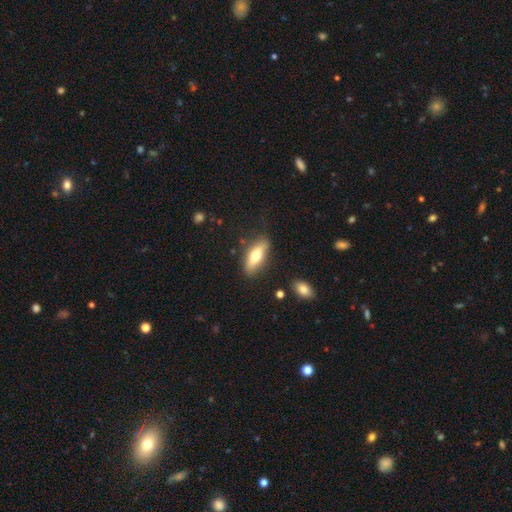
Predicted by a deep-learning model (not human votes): Smooth or featured? smooth (60%)
How rounded? in between (60%)
Merging? none (80%)